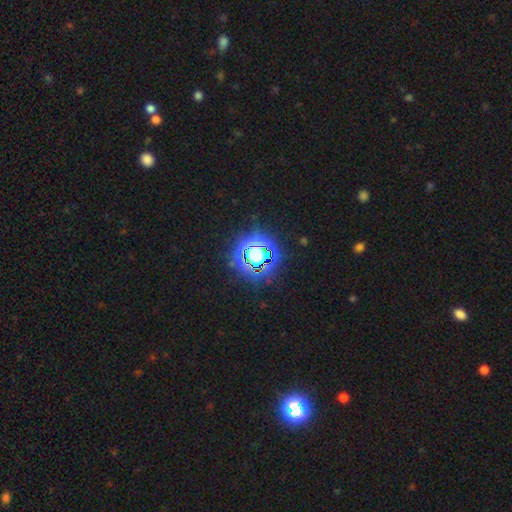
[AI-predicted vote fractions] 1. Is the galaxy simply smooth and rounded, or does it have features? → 68% star or artifact, 21% smooth, 11% featured or disk.